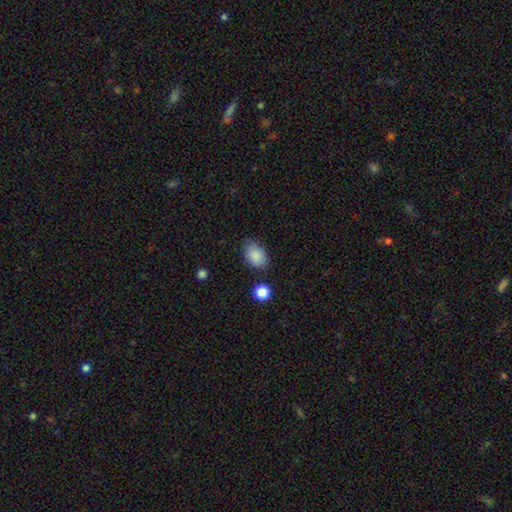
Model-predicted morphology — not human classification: A smooth galaxy with no disk features (87%) that is in between round and cigar-shaped (88%).

Vote fractions:
- Smooth or featured? smooth: 87% / star or artifact: 8% / featured or disk: 5%
- How rounded? in between: 88% / round: 10% / cigar-shaped: 1%
- Merging? none: 78% / minor disturbance: 15% / major disturbance: 4% / merger: 3%